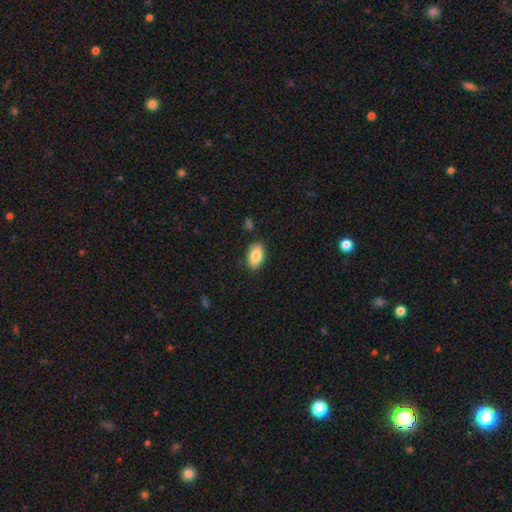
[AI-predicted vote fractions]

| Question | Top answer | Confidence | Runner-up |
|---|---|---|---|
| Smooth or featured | smooth | 84% | featured or disk (9%) |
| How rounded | in between | 92% | round (6%) |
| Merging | none | 85% | minor disturbance (11%) |